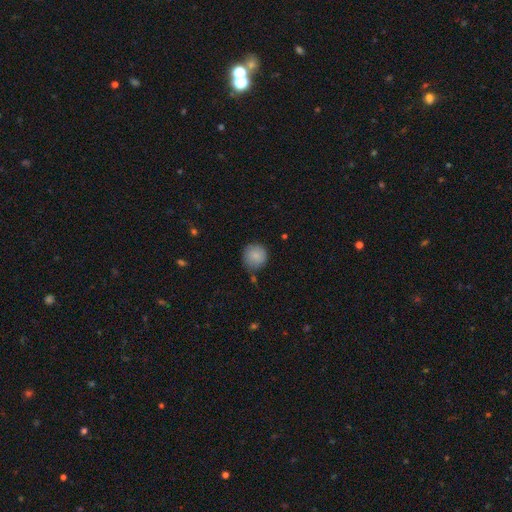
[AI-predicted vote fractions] A smooth galaxy with no disk features (86%) that is round (93%). Merging: none (78%).